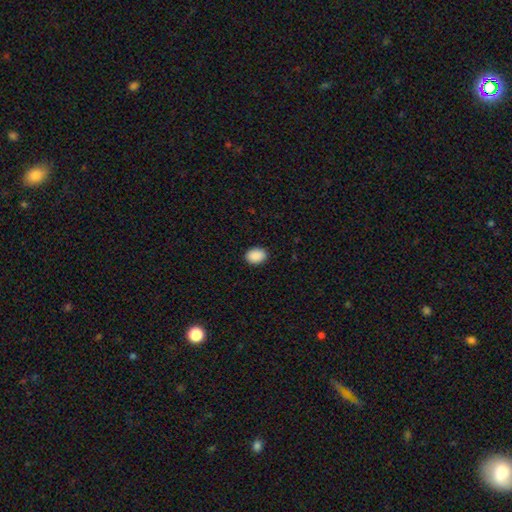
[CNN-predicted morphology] Smooth or featured? smooth (91%)
How rounded? in between (73%)
Merging? none (90%)